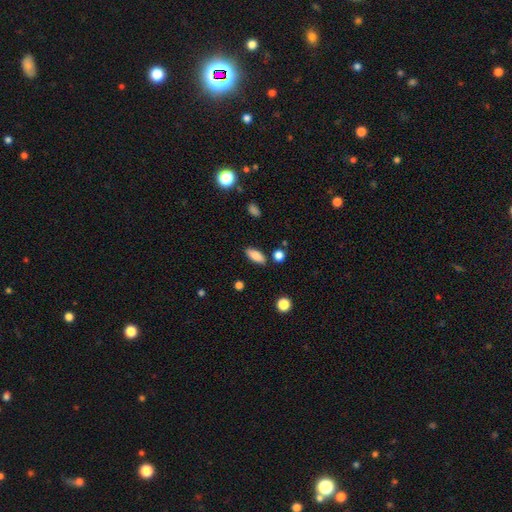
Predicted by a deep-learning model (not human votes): Smooth or featured? smooth (85%)
How rounded? in between (80%)
Merging? none (84%)